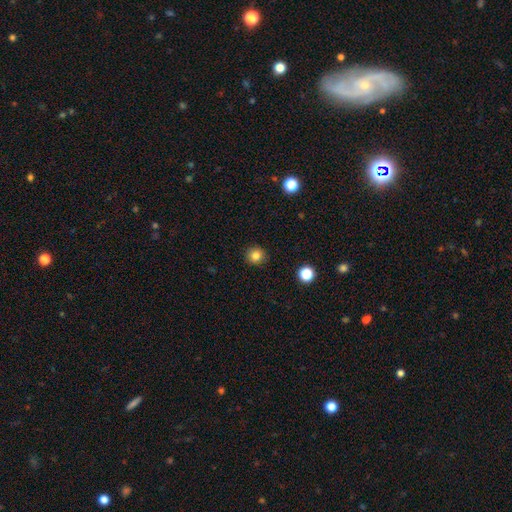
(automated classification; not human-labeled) The model was most divided on "smooth or featured": smooth: 82%, star or artifact: 12%, featured or disk: 6%. More confident: how rounded — round (93%); merging — none (91%).